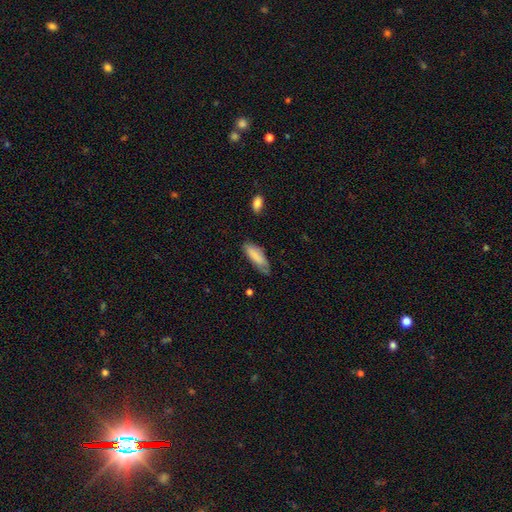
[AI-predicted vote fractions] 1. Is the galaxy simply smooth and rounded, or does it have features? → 83% smooth, 11% featured or disk, 7% star or artifact.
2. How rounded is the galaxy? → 59% in between, 40% cigar-shaped, 2% round.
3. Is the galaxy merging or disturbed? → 61% none, 30% minor disturbance, 7% major disturbance, 2% merger.